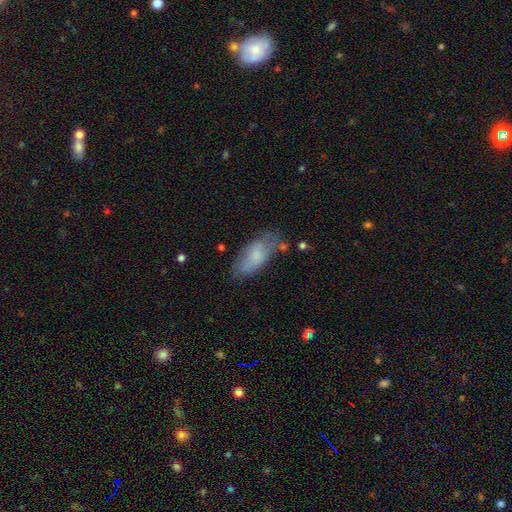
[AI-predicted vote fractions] Smooth or featured?
  - smooth: 73% *
  - featured or disk: 20%
  - star or artifact: 7%
How rounded?
  - in between: 87% *
  - cigar-shaped: 10%
  - round: 2%
Merging?
  - none: 59% *
  - minor disturbance: 27%
  - major disturbance: 10%
  - merger: 4%